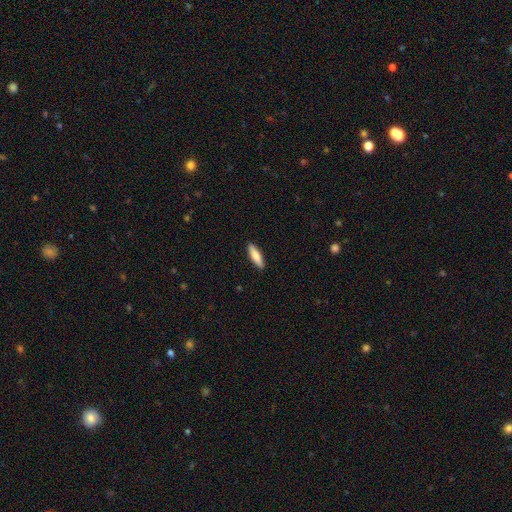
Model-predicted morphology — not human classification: A smooth galaxy with no disk features (77%) that is cigar-shaped (65%).

Vote fractions:
- Smooth or featured? smooth: 77% / featured or disk: 18% / star or artifact: 5%
- How rounded? cigar-shaped: 65% / in between: 33% / round: 2%
- Merging? none: 90% / minor disturbance: 7% / major disturbance: 2% / merger: 1%